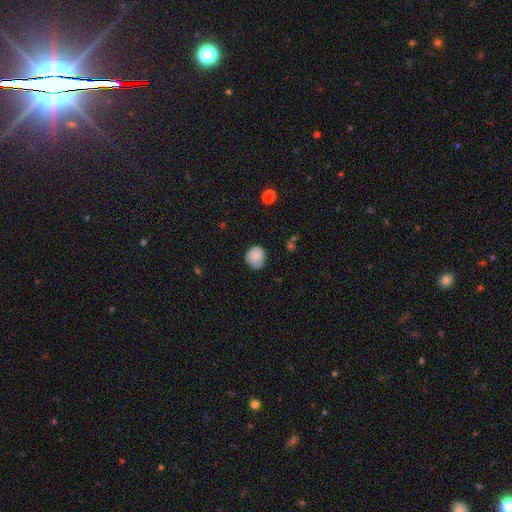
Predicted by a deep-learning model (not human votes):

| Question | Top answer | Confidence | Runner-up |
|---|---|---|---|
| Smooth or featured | smooth | 84% | star or artifact (8%) |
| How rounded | round | 75% | in between (24%) |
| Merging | none | 72% | minor disturbance (23%) |